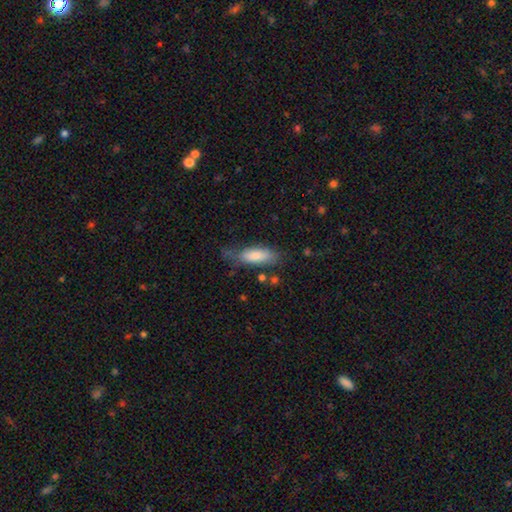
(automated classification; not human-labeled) This appears to be a smooth galaxy with no disk features (79%) that is in between round and cigar-shaped (70%). Merging: none (56%).